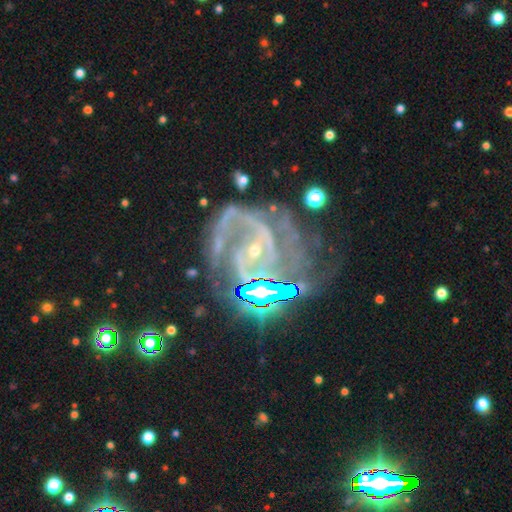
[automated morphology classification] A featured or disk galaxy (83%) with no bar (43%), 2 (51%) medium (47%) spiral arms (95%) and a small central bulge (79%). Merging: none (42%).